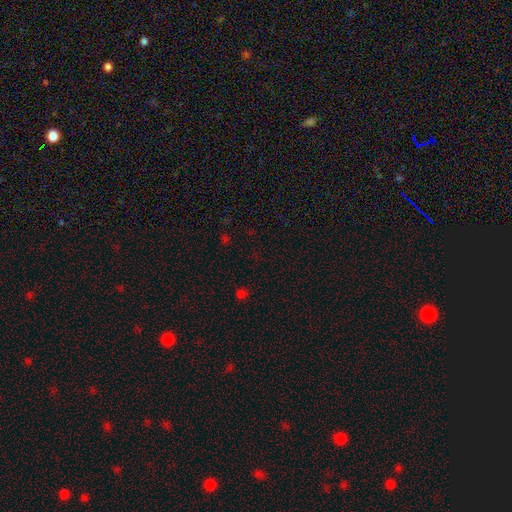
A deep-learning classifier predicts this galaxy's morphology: Smooth or featured? Predicted: star or artifact (p=0.62).